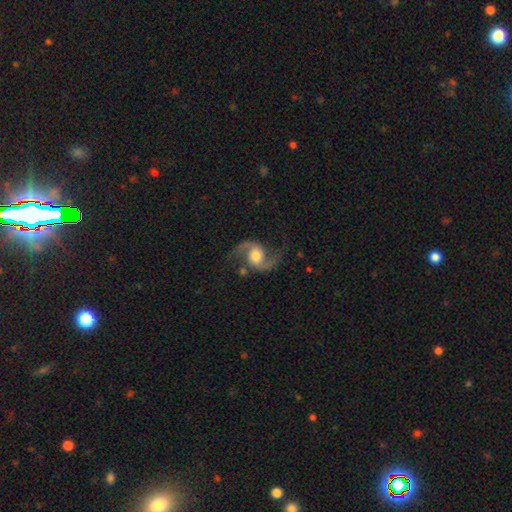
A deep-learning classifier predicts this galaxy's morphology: Overall: featured or disk (90%). Edge-on disk: no (98%). Bar: no (60%; weak 31%). Spiral arms: yes (98%). Spiral arm count: 2 (94%). Spiral winding: loose (60%; medium 35%). Bulge size: moderate (56%; large 28%). Merging: none (76%).